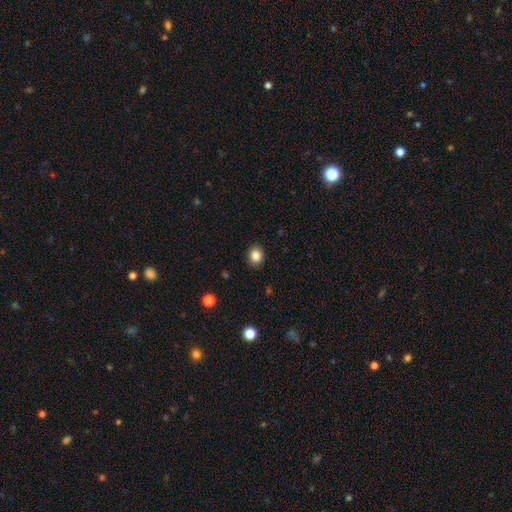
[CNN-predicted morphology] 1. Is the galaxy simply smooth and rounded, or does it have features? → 85% smooth, 10% star or artifact, 4% featured or disk.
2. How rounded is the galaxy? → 64% round, 35% in between, 1% cigar-shaped.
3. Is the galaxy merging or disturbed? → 90% none, 7% minor disturbance, 2% major disturbance, 1% merger.